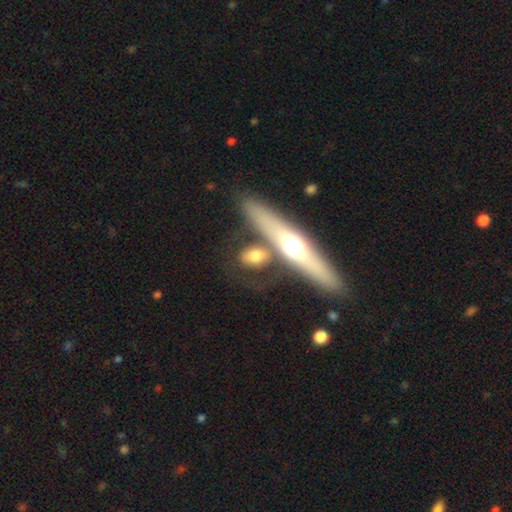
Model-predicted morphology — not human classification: This is possibly a smooth galaxy (57%). How rounded: possibly in between (55%). Merging: likely none (62%).